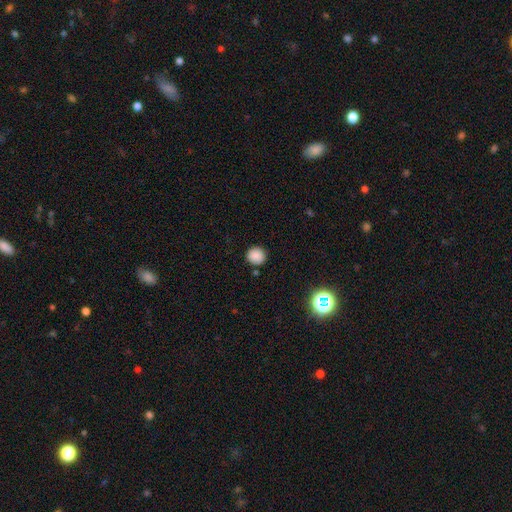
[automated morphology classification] The model was most divided on "smooth or featured": smooth: 86%, star or artifact: 11%, featured or disk: 3%. More confident: how rounded — round (92%); merging — none (88%).